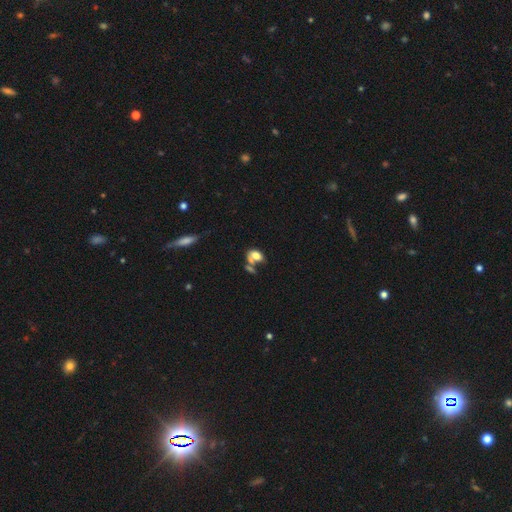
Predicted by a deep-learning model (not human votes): Smooth or featured?
  - smooth: 71% *
  - featured or disk: 18%
  - star or artifact: 11%
How rounded?
  - in between: 83% *
  - round: 14%
  - cigar-shaped: 3%
Merging?
  - merger: 46% *
  - none: 32%
  - minor disturbance: 13%
  - major disturbance: 10%